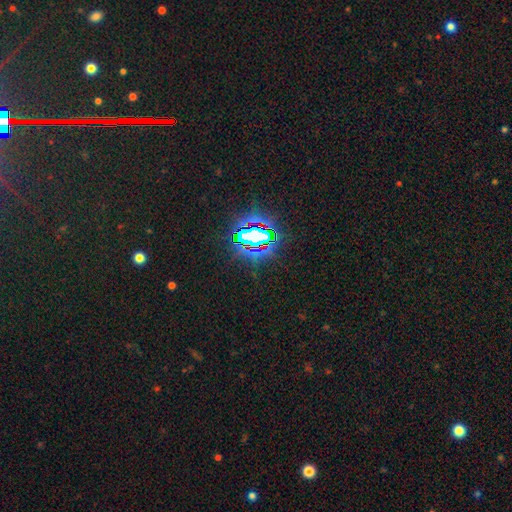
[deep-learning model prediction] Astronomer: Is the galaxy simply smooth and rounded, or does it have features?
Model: star or artifact — 84%.